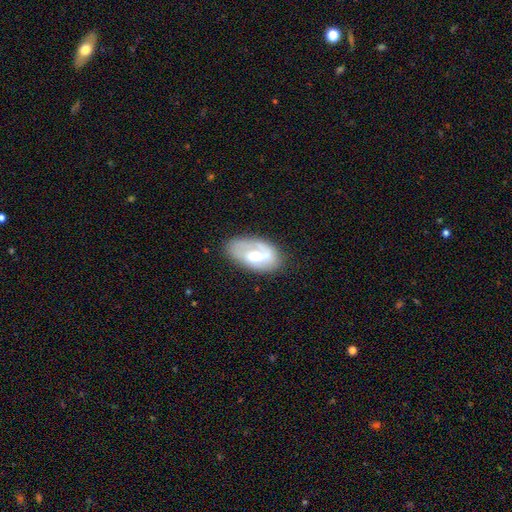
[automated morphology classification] Overall: featured or disk (59%; smooth 35%). Edge-on disk: no (94%). Bar: no (49%; weak 39%). Spiral arms: yes (69%; no 31%). Bulge size: moderate (57%; small 20%). Merging: none (62%; minor disturbance 23%).